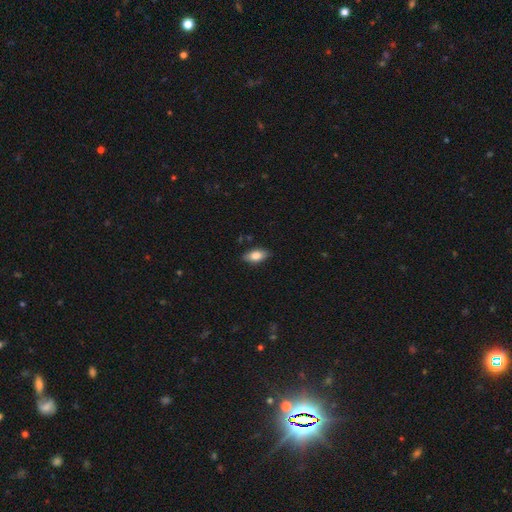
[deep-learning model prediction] A smooth galaxy with no disk features (80%) that is in between round and cigar-shaped (89%).

Vote fractions:
- Smooth or featured? smooth: 80% / featured or disk: 13% / star or artifact: 7%
- How rounded? in between: 89% / cigar-shaped: 8% / round: 4%
- Merging? none: 84% / minor disturbance: 12% / major disturbance: 2% / merger: 1%